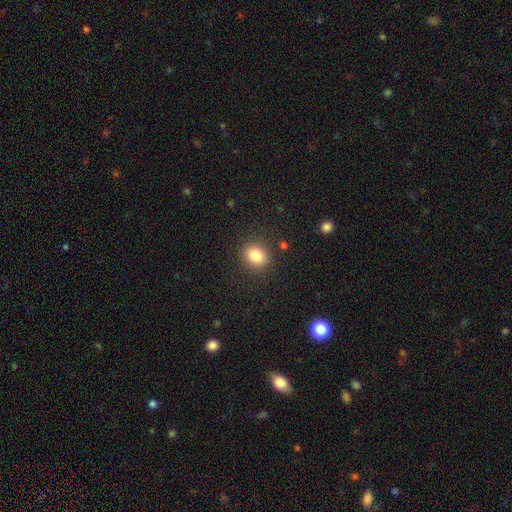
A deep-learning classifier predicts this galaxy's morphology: Q: Smooth or featured?
A: smooth (83%); runner-up: star or artifact (10%)
Q: How rounded?
A: round (67%); runner-up: in between (32%)
Q: Merging?
A: none (87%); runner-up: minor disturbance (8%)